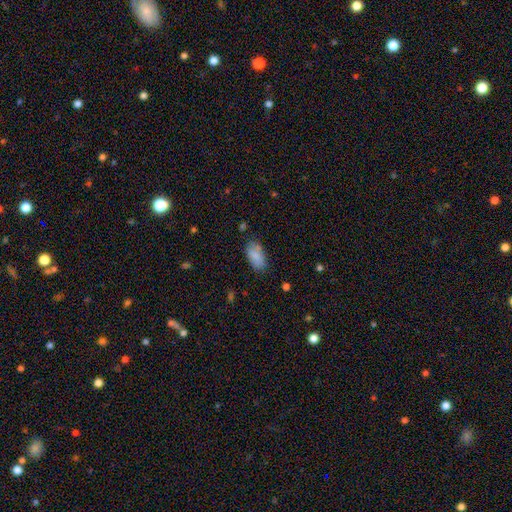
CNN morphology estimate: Smooth or featured?
  - smooth: 85% *
  - star or artifact: 8%
  - featured or disk: 7%
How rounded?
  - in between: 93% *
  - round: 4%
  - cigar-shaped: 4%
Merging?
  - none: 75% *
  - minor disturbance: 18%
  - major disturbance: 4%
  - merger: 3%